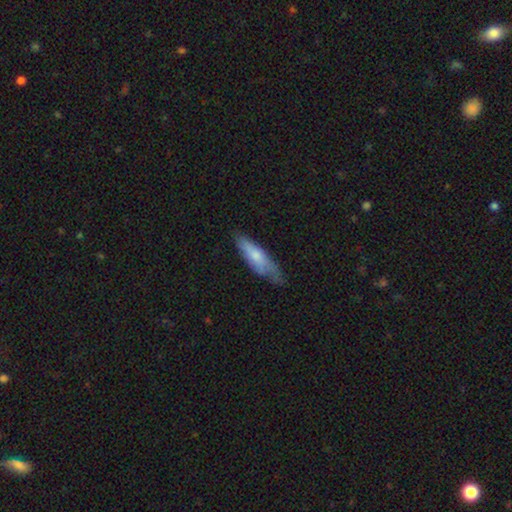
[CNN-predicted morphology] smooth 66%, featured or disk 28%, star or artifact 6%. Down the decision tree: how rounded — cigar-shaped (60%); merging — none (61%).